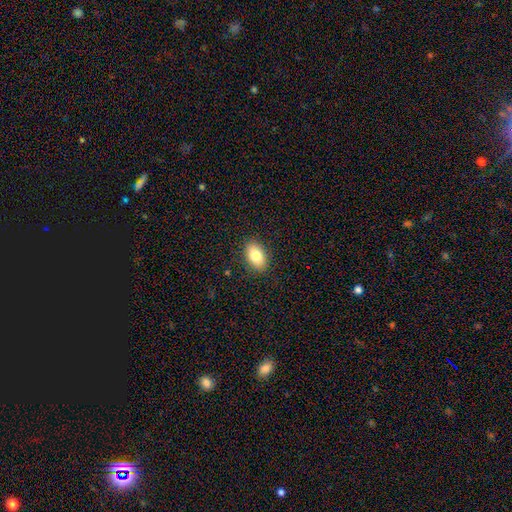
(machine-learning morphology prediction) Smooth or featured? smooth (81%)
How rounded? in between (89%)
Merging? none (89%)